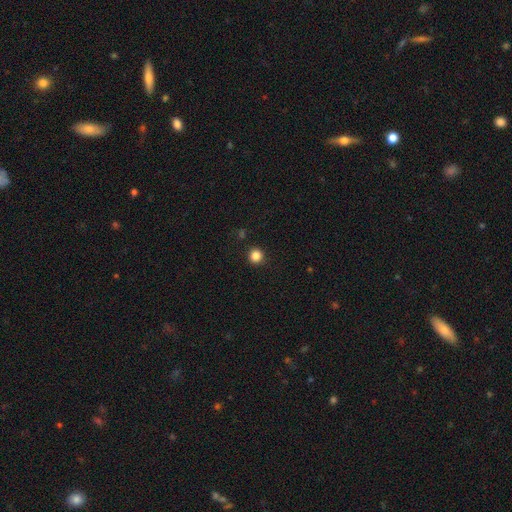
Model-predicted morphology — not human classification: type=smooth (85%); roundness=round (94%); merging=none (92%).